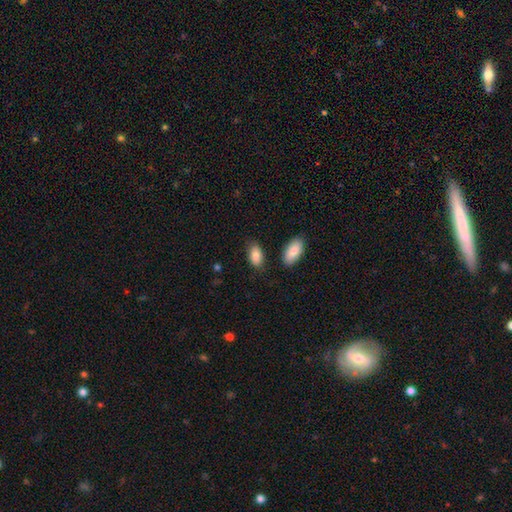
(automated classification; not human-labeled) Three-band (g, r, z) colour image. It shows a smooth galaxy with no disk features (89%) that is in between round and cigar-shaped (93%). Merging: none (78%).